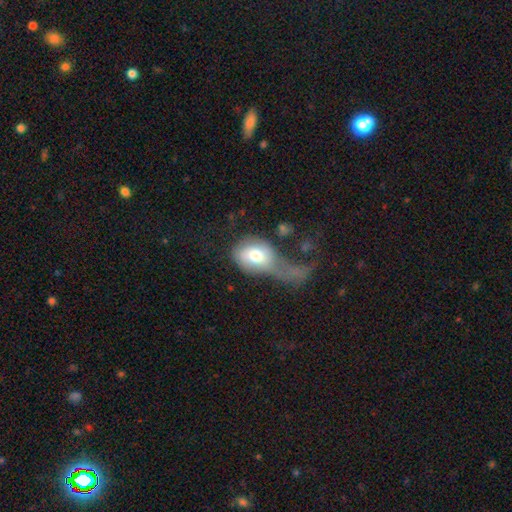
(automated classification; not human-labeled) smooth_or_featured: smooth (p=0.69) [alt: featured or disk p=0.23]
how_rounded: in between (p=0.59) [alt: round p=0.39]
merging: major disturbance (p=0.60) [alt: minor disturbance p=0.14]